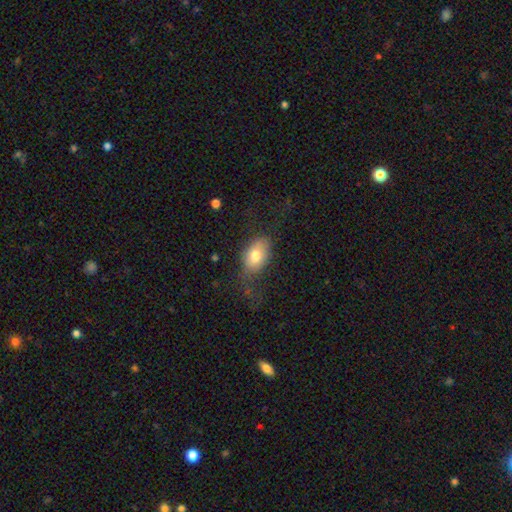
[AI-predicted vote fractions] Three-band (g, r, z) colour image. It shows a smooth galaxy with no disk features (74%) that is in between round and cigar-shaped (86%). Merging: none (56%).